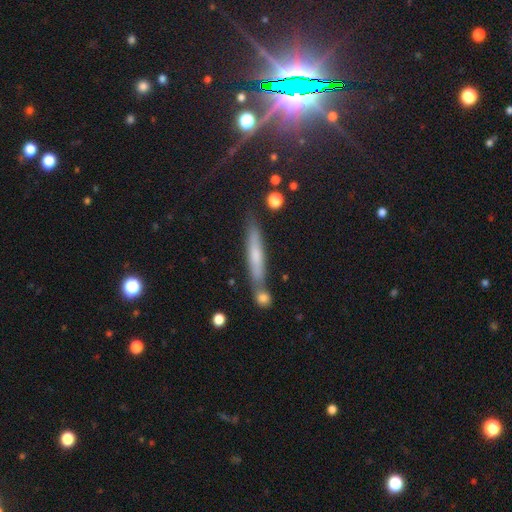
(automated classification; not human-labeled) Morphology: type=smooth (55%); roundness=cigar-shaped (91%); merging=none (71%).